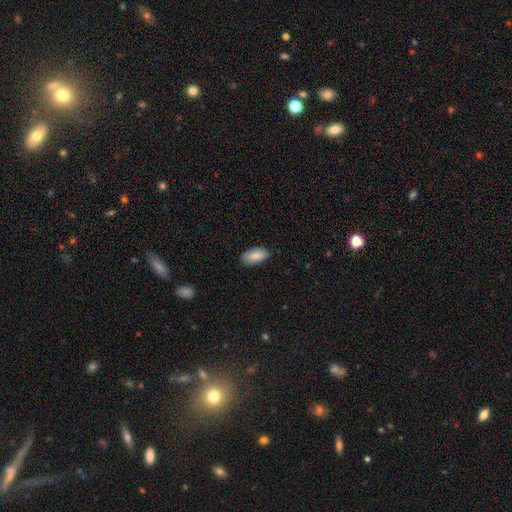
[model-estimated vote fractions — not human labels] A smooth galaxy with no disk features (88%) that is in between round and cigar-shaped (93%). Merging: none (84%).